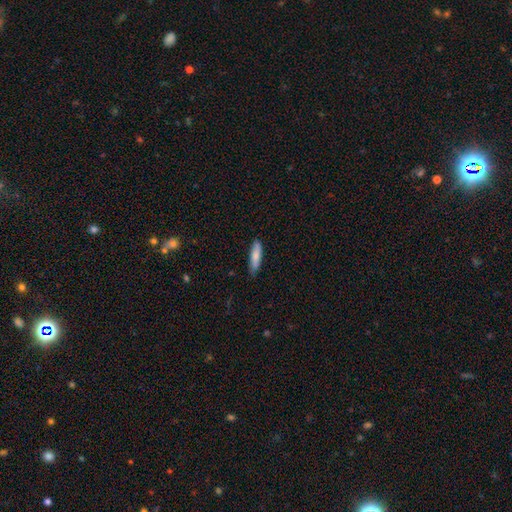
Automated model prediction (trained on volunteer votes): A smooth galaxy with no disk features (80%) that is cigar-shaped (72%).

Vote fractions:
- Smooth or featured? smooth: 80% / featured or disk: 14% / star or artifact: 6%
- How rounded? cigar-shaped: 72% / in between: 27% / round: 2%
- Merging? none: 83% / minor disturbance: 14% / major disturbance: 2% / merger: 1%